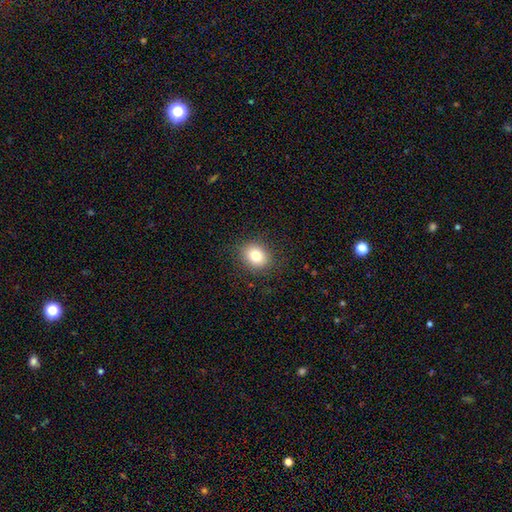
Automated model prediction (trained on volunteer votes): smooth-or-featured: smooth: 80% | star or artifact: 11% | featured or disk: 9%
  how-rounded: round: 67% | in between: 32% | cigar-shaped: 1%
  merging: none: 88% | minor disturbance: 8% | major disturbance: 3% | merger: 1%